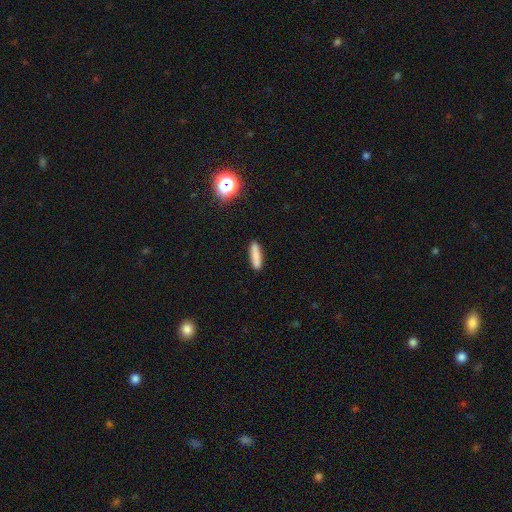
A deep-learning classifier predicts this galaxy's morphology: Q: Smooth or featured?
A: smooth (83%); runner-up: featured or disk (9%)
Q: How rounded?
A: cigar-shaped (82%); runner-up: in between (17%)
Q: Merging?
A: none (89%); runner-up: minor disturbance (8%)